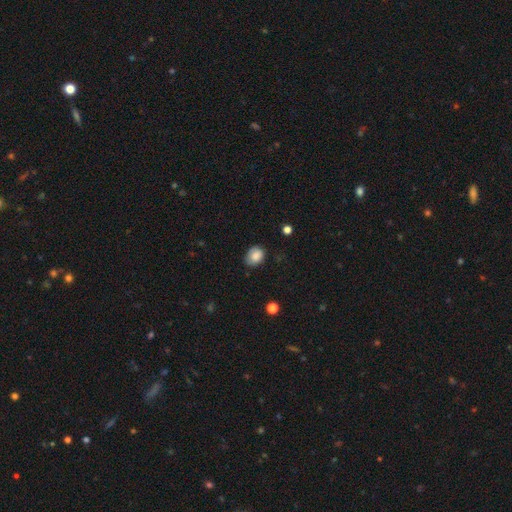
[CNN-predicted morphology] Q: Smooth or featured?
A: smooth (83%); runner-up: featured or disk (9%)
Q: How rounded?
A: in between (59%); runner-up: round (40%)
Q: Merging?
A: none (66%); runner-up: minor disturbance (26%)